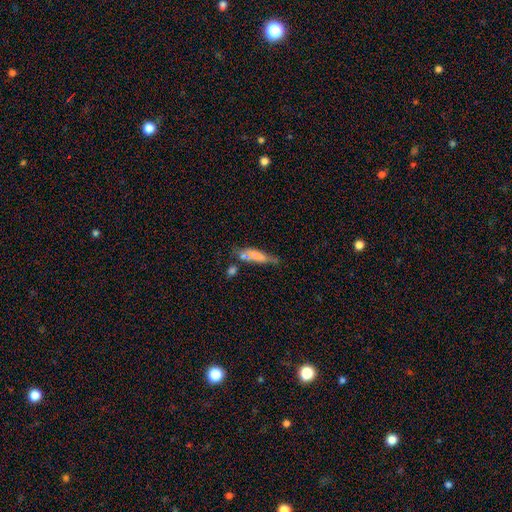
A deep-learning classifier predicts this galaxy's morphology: Smooth or featured: smooth — 64% (featured or disk — 28%)
How rounded: cigar-shaped — 57% (in between — 40%)
Merging: none — 38% (minor disturbance — 26%)